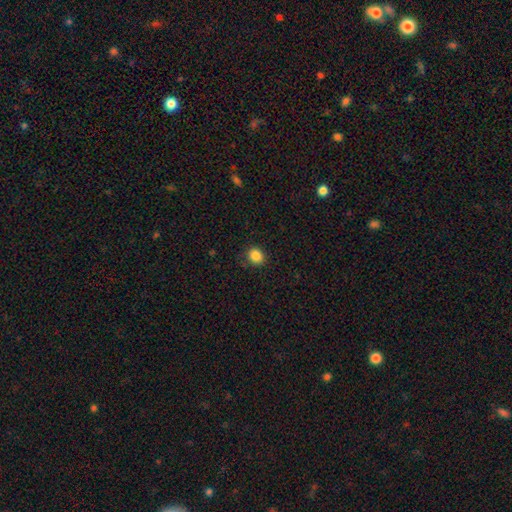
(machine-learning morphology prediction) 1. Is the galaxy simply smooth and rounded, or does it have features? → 86% smooth, 11% star or artifact, 3% featured or disk.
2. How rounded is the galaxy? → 79% round, 21% in between, 1% cigar-shaped.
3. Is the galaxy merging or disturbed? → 87% none, 10% minor disturbance, 3% major disturbance, 1% merger.